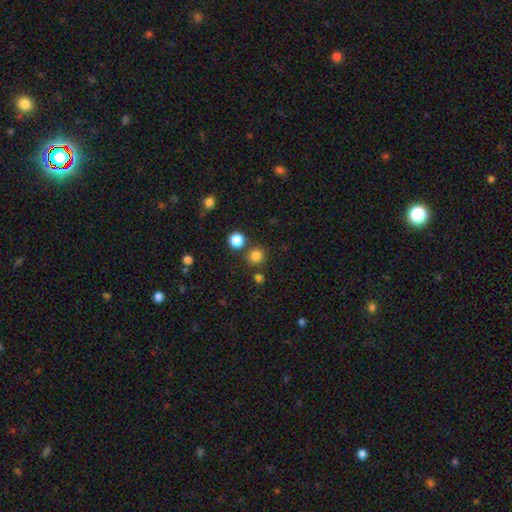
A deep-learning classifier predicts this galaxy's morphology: smooth_or_featured: smooth (p=0.81) [alt: star or artifact p=0.15]
how_rounded: round (p=0.92) [alt: in between p=0.07]
merging: none (p=0.80) [alt: merger p=0.11]